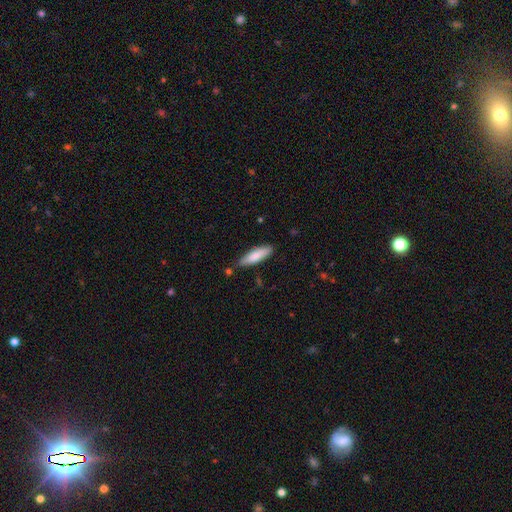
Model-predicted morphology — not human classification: This appears to be a smooth galaxy with no disk features (80%) that is cigar-shaped (59%). Merging: none (74%).